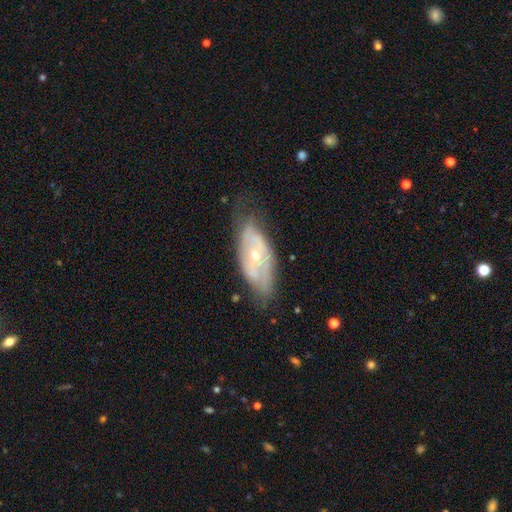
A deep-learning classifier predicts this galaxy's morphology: Overall: featured or disk (75%). Edge-on disk: no (88%). Bar: no (68%). Spiral arms: yes (75%). Bulge size: small (54%; moderate 43%). Merging: none (62%; minor disturbance 27%).